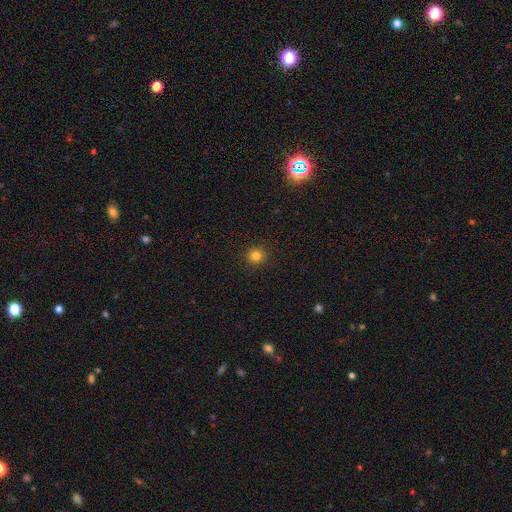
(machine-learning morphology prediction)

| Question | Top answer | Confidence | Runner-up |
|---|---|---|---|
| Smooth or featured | smooth | 81% | star or artifact (14%) |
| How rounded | round | 93% | in between (6%) |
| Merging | none | 92% | minor disturbance (6%) |